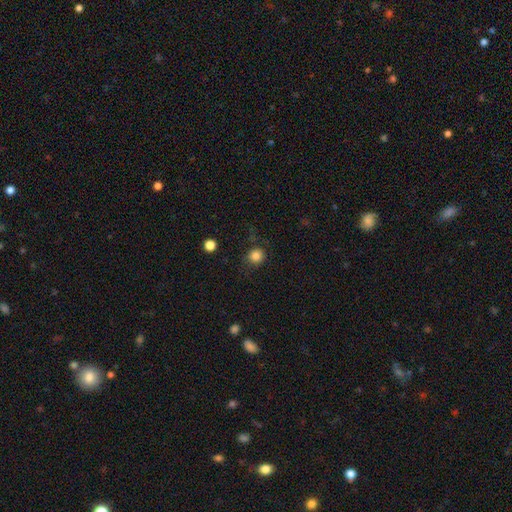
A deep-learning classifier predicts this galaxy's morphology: smooth_or_featured: smooth (p=0.84) [alt: star or artifact p=0.11]
how_rounded: round (p=0.90) [alt: in between p=0.09]
merging: none (p=0.80) [alt: minor disturbance p=0.13]